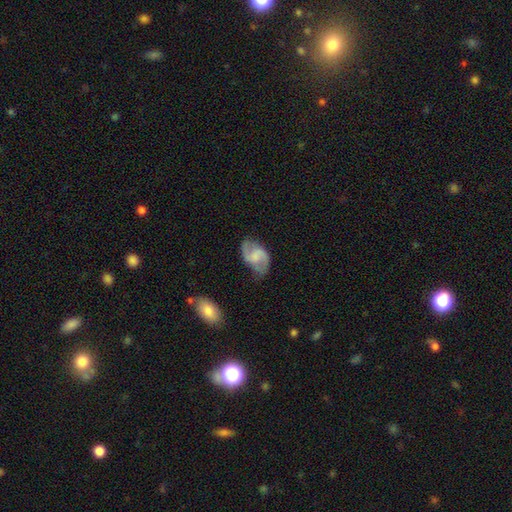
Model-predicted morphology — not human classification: smooth_or_featured: featured or disk (p=0.77) [alt: smooth p=0.17]
disk_edge_on: no (p=0.98) [alt: yes p=0.02]
bar: weak (p=0.50) [alt: no p=0.37]
has_spiral_arms: yes (p=0.94) [alt: no p=0.06]
spiral_winding: medium (p=0.47) [alt: loose p=0.40]
spiral_arm_count: 2 (p=0.91) [alt: can't tell p=0.04]
bulge_size: none (p=0.45) [alt: small p=0.27]
merging: none (p=0.68) [alt: minor disturbance p=0.21]